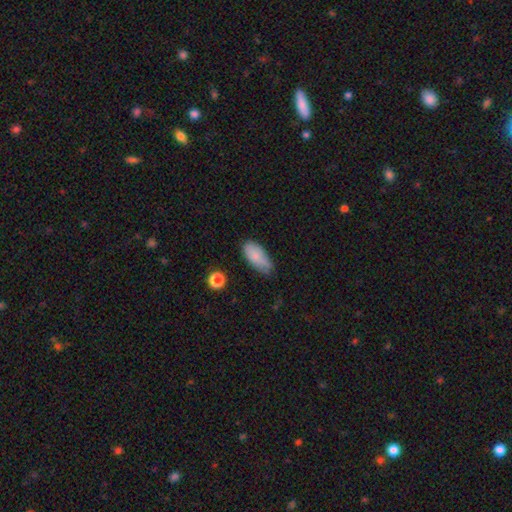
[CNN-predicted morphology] Smooth or featured? Predicted: smooth (p=0.81). How rounded? Predicted: in between (p=0.89). Merging? Predicted: none (p=0.67).